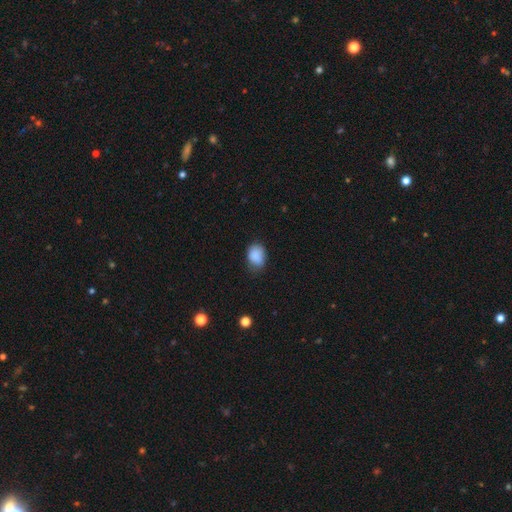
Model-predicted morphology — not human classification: Smooth or featured?
  - smooth: 87% *
  - star or artifact: 8%
  - featured or disk: 5%
How rounded?
  - in between: 63% *
  - round: 36%
  - cigar-shaped: 1%
Merging?
  - none: 65% *
  - minor disturbance: 28%
  - major disturbance: 6%
  - merger: 2%